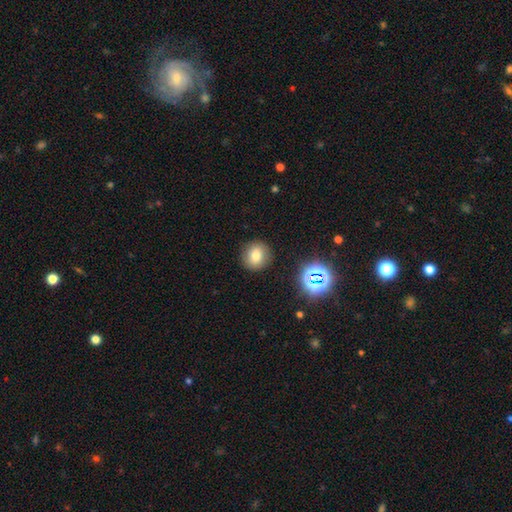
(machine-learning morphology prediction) smooth-or-featured: smooth: 75% | star or artifact: 15% | featured or disk: 10%
  how-rounded: round: 84% | in between: 15% | cigar-shaped: 1%
  merging: none: 88% | minor disturbance: 7% | major disturbance: 2% | merger: 2%